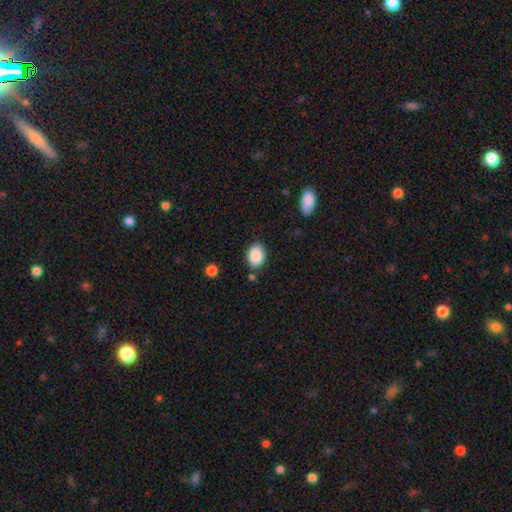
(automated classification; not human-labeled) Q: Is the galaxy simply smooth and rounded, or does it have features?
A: smooth — 89%.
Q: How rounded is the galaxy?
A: in between — 77%.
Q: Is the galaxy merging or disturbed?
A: none — 80%.